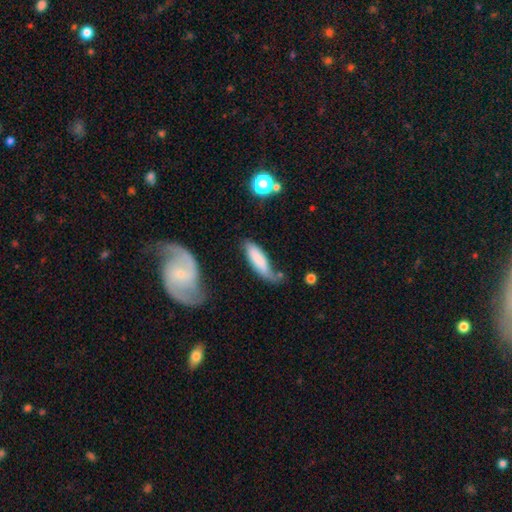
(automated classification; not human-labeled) smooth 53%, featured or disk 39%, star or artifact 8%. Down the decision tree: how rounded — in between (50%); merging — none (48%).